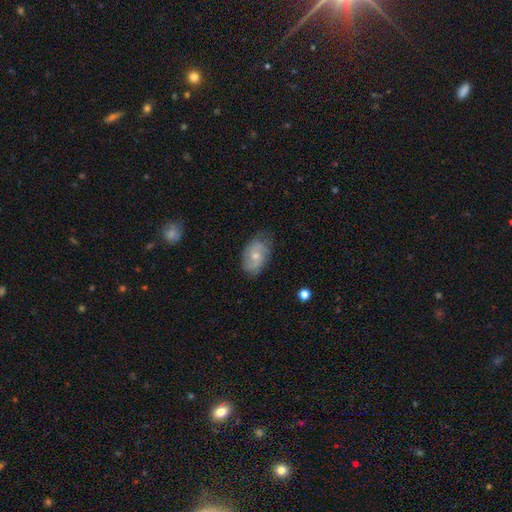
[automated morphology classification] A featured or disk galaxy (56%) with no bar (69%), spiral arms (81%) and a small central bulge (49%). Merging: none (70%).